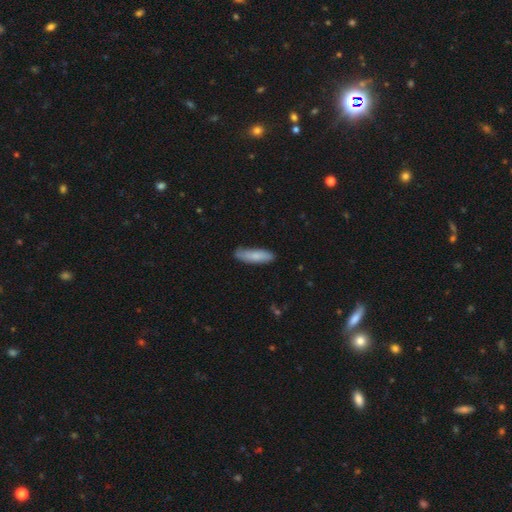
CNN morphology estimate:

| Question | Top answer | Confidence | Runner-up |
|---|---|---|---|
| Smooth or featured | smooth | 81% | featured or disk (13%) |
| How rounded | cigar-shaped | 70% | in between (28%) |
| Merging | none | 77% | minor disturbance (18%) |